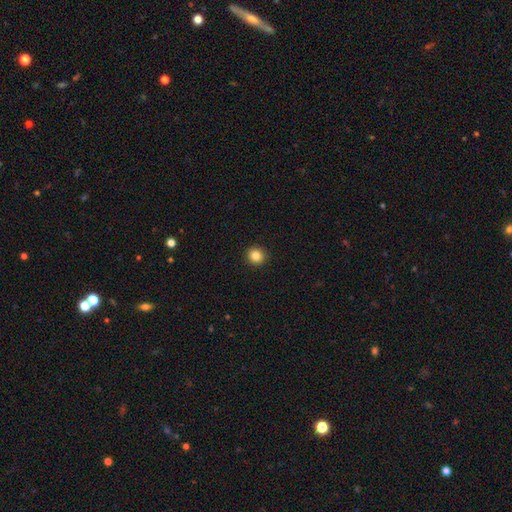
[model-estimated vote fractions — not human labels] Morphology: type=smooth (84%); roundness=round (91%); merging=none (93%).